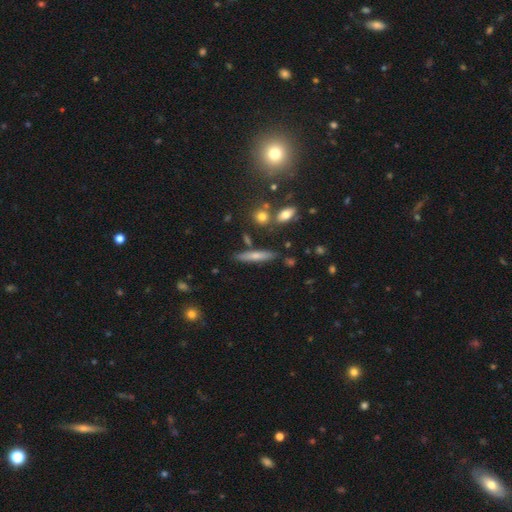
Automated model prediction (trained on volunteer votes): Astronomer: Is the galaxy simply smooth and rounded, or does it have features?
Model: smooth — 62%.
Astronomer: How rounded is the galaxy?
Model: cigar-shaped — 86%.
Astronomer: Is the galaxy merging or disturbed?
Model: none — 80%.